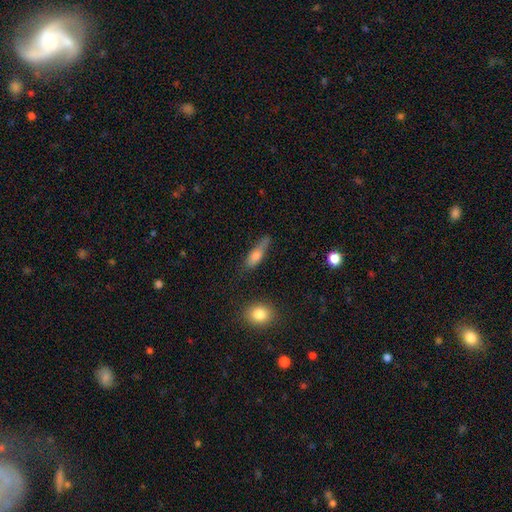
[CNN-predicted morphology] Smooth or featured?
  - smooth: 68% *
  - featured or disk: 23%
  - star or artifact: 9%
How rounded?
  - cigar-shaped: 54% *
  - in between: 42%
  - round: 5%
Merging?
  - none: 55% *
  - minor disturbance: 29%
  - major disturbance: 11%
  - merger: 4%